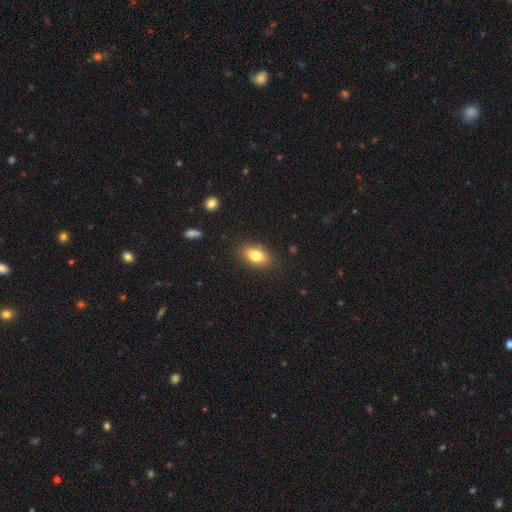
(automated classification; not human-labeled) smooth_or_featured: smooth (p=0.82) [alt: featured or disk p=0.10]
how_rounded: in between (p=0.87) [alt: round p=0.10]
merging: none (p=0.86) [alt: minor disturbance p=0.10]